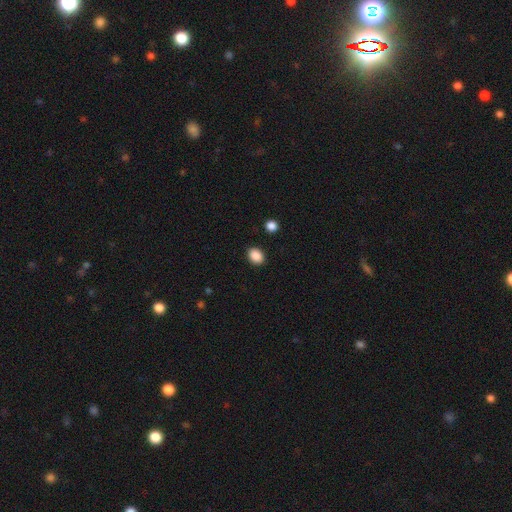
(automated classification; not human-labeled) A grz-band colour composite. It shows a smooth galaxy with no disk features (89%) that is in between round and cigar-shaped (64%). Merging: none (89%).